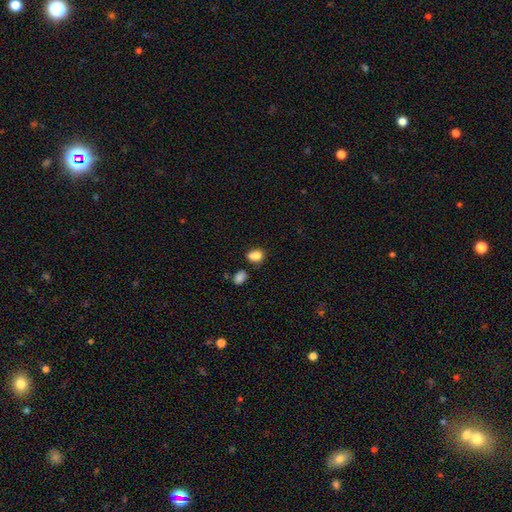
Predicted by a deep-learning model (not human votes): Q: Smooth or featured?
A: smooth (82%); runner-up: star or artifact (11%)
Q: How rounded?
A: in between (56%); runner-up: round (43%)
Q: Merging?
A: none (45%); runner-up: merger (28%)